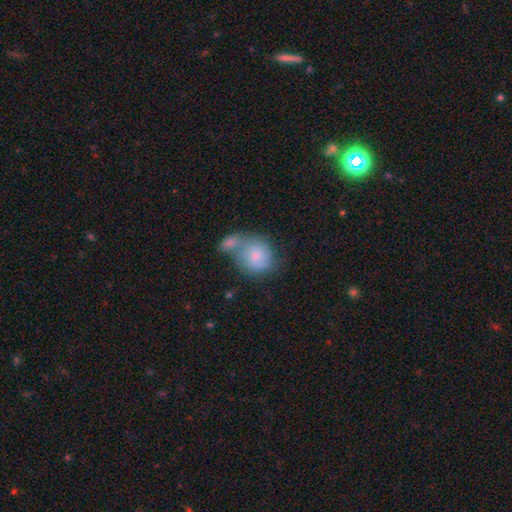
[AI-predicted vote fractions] smooth 70%, featured or disk 23%, star or artifact 7%. Down the decision tree: how rounded — round (75%); merging — merger (50%).